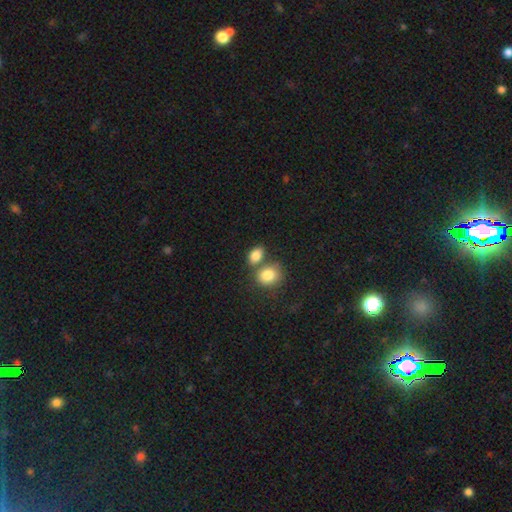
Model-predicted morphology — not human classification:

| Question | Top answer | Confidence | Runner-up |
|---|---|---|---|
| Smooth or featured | smooth | 83% | star or artifact (9%) |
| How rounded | in between | 72% | round (27%) |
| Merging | none | 45% | merger (40%) |